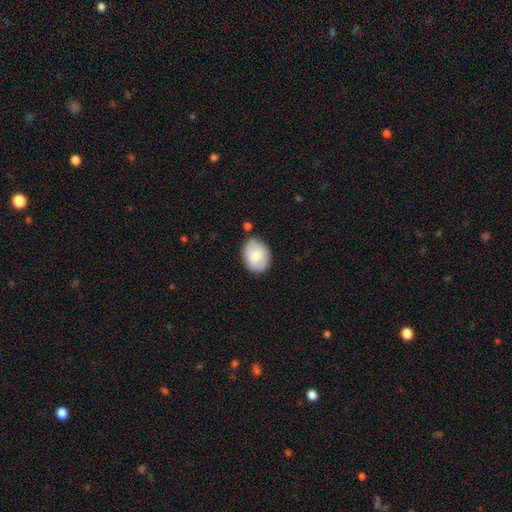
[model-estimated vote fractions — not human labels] A smooth galaxy with no disk features (73%) that is in between round and cigar-shaped (71%).

Vote fractions:
- Smooth or featured? smooth: 73% / featured or disk: 21% / star or artifact: 6%
- How rounded? in between: 71% / round: 28% / cigar-shaped: 1%
- Merging? none: 78% / minor disturbance: 15% / merger: 4% / major disturbance: 3%